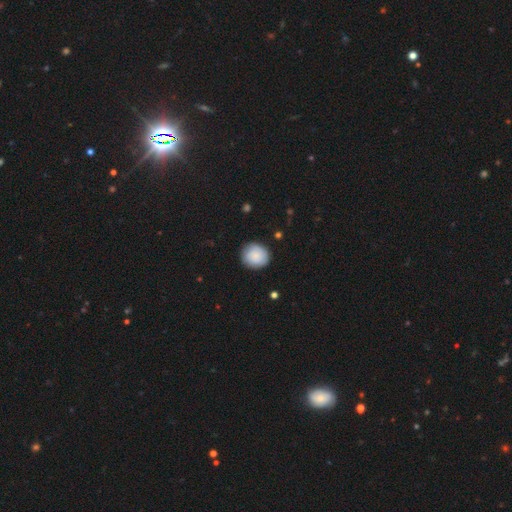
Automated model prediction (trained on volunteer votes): Smooth or featured: smooth — 85% (featured or disk — 9%)
How rounded: round — 86% (in between — 13%)
Merging: none — 85% (minor disturbance — 11%)